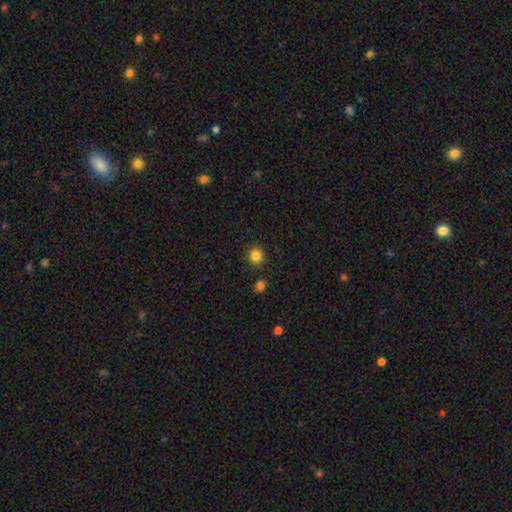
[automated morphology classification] type=smooth (84%); roundness=round (91%); merging=none (87%).